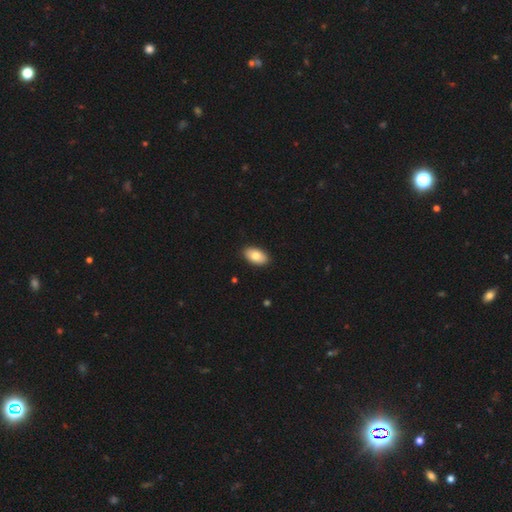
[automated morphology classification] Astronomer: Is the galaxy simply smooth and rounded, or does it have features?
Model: smooth — 80%.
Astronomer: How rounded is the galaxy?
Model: in between — 94%.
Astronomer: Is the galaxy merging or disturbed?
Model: none — 90%.